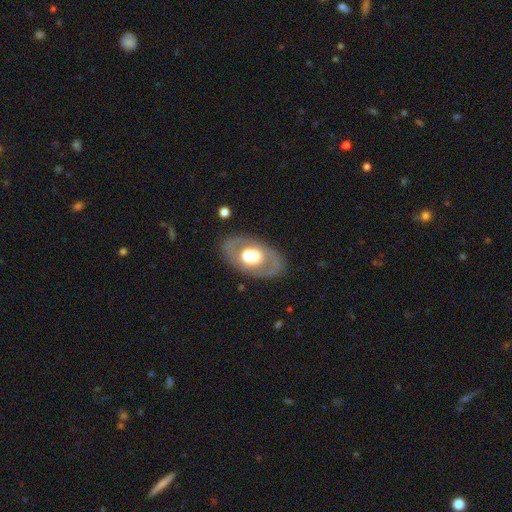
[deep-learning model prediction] Overall: featured or disk (53%; smooth 40%). Edge-on disk: no (89%). Merging: none (76%).